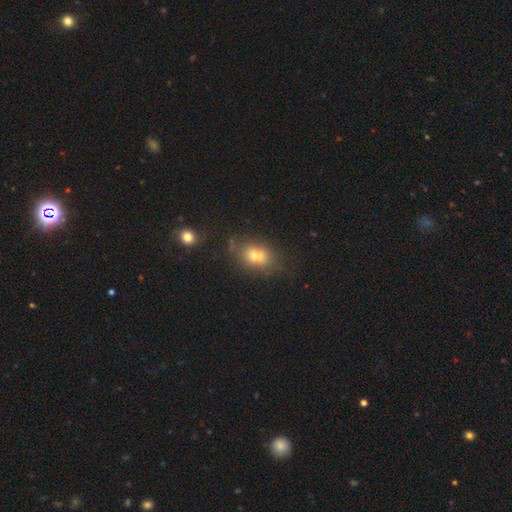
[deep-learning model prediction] smooth 71%, star or artifact 15%, featured or disk 14%. Down the decision tree: how rounded — in between (71%); merging — none (65%).